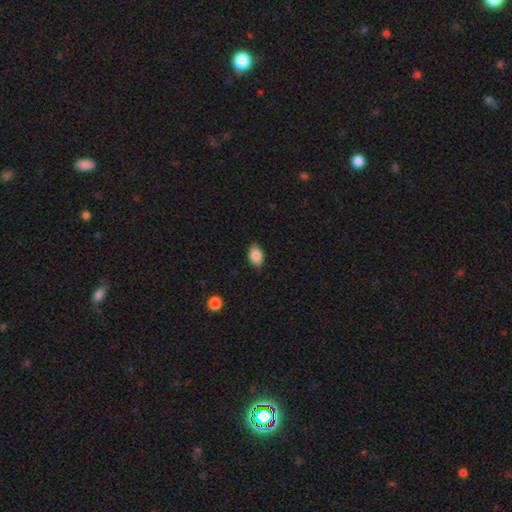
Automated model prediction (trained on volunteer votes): This appears to be a smooth galaxy with no disk features (86%) that is in between round and cigar-shaped (87%). Merging: none (83%).